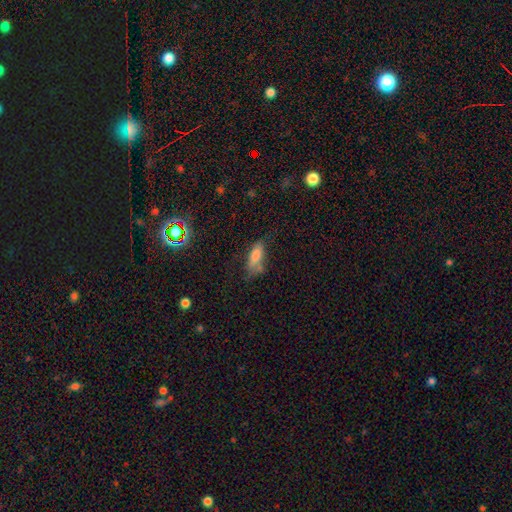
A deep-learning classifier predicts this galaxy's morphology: This is likely a smooth galaxy (73%). How rounded: likely in between (72%). Merging: possibly none (51%).